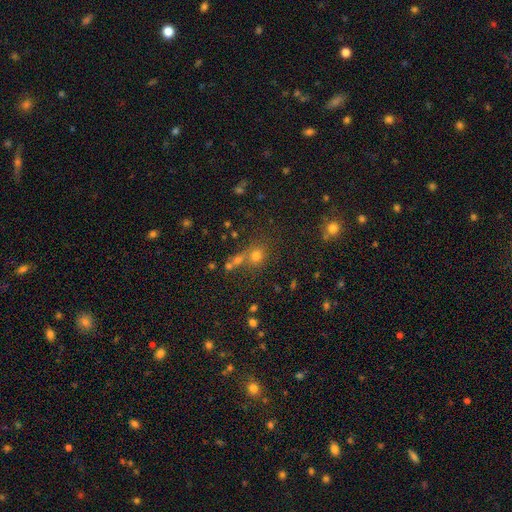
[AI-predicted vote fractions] Smooth or featured? Predicted: smooth (p=0.62). How rounded? Predicted: round (p=0.83). Merging? Predicted: none (p=0.59).